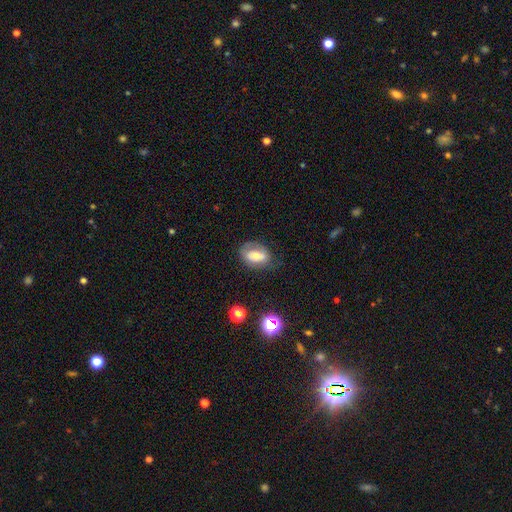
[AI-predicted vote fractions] smooth-or-featured: smooth: 52% | featured or disk: 38% | star or artifact: 10%
  how-rounded: in between: 80% | round: 17% | cigar-shaped: 2%
  merging: none: 65% | minor disturbance: 23% | major disturbance: 10% | merger: 2%